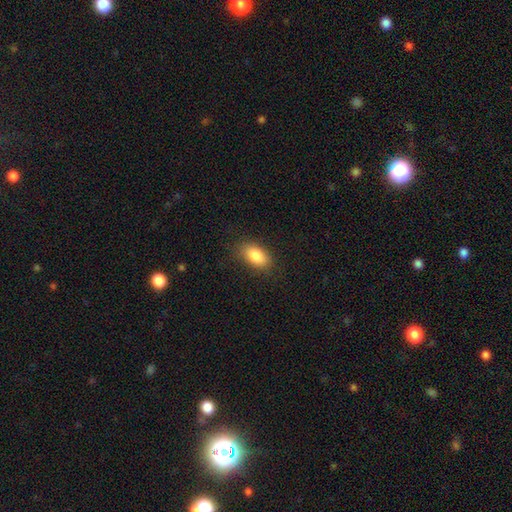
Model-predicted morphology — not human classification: Smooth or featured?
  - smooth: 86% *
  - star or artifact: 7%
  - featured or disk: 6%
How rounded?
  - in between: 91% *
  - cigar-shaped: 5%
  - round: 4%
Merging?
  - none: 84% *
  - minor disturbance: 12%
  - major disturbance: 3%
  - merger: 1%